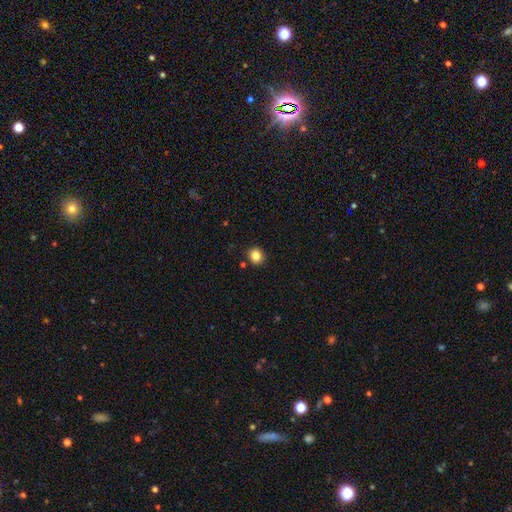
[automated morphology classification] Q: Smooth or featured?
A: smooth (83%); runner-up: star or artifact (11%)
Q: How rounded?
A: round (83%); runner-up: in between (16%)
Q: Merging?
A: none (90%); runner-up: minor disturbance (6%)